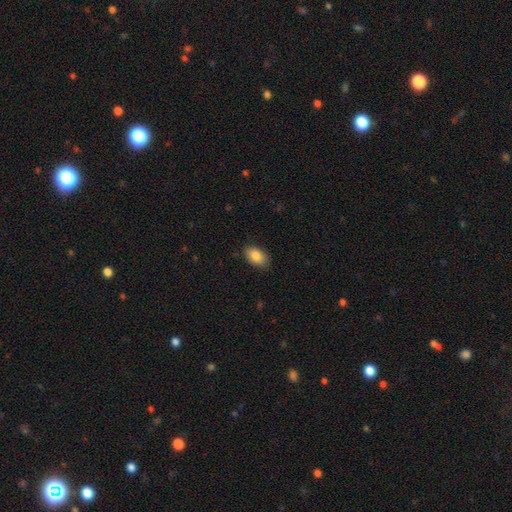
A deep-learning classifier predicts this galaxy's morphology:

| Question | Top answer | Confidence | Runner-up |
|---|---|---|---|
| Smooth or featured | smooth | 86% | star or artifact (7%) |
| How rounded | in between | 92% | round (6%) |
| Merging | none | 85% | minor disturbance (11%) |